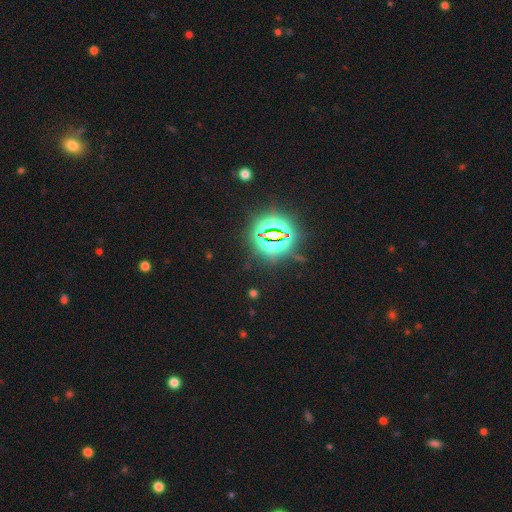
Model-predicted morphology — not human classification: Smooth or featured: star or artifact — 86% (smooth — 8%)